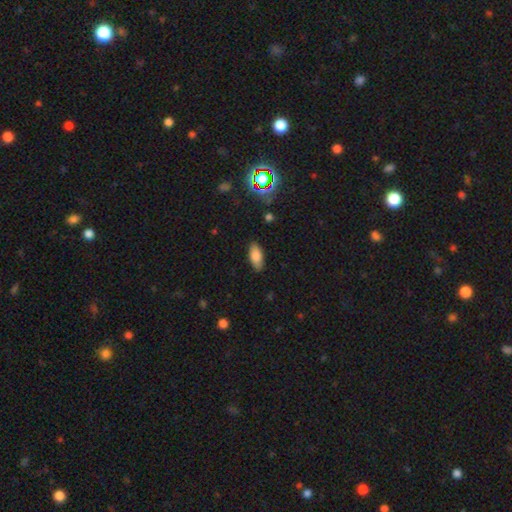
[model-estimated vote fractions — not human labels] Smooth or featured? smooth (79%)
How rounded? in between (85%)
Merging? none (86%)